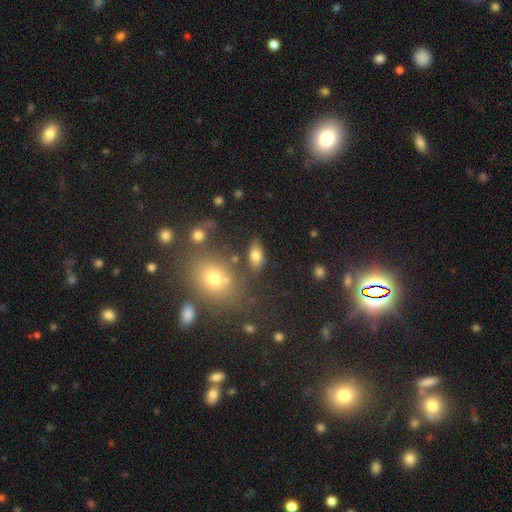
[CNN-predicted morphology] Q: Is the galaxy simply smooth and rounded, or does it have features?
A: smooth — 76%.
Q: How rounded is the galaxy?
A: in between — 87%.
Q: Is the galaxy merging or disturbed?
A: none — 75%.